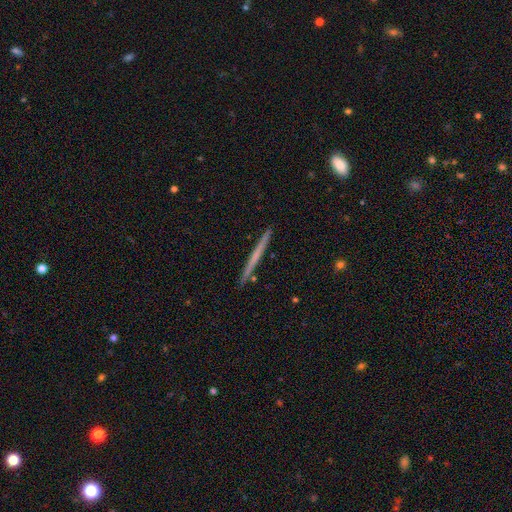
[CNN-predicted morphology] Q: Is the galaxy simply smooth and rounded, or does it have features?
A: featured or disk — 53%.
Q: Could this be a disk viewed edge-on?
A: yes — 98%.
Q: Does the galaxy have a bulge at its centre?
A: none — 90%.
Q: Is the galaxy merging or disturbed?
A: none — 92%.